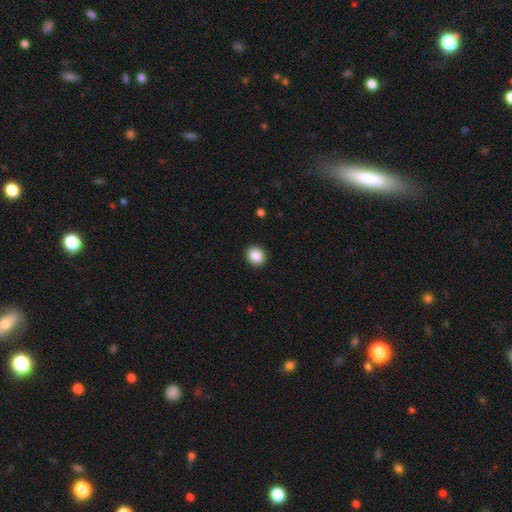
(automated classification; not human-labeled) Q: Smooth or featured?
A: smooth (88%); runner-up: star or artifact (8%)
Q: How rounded?
A: round (71%); runner-up: in between (28%)
Q: Merging?
A: none (92%); runner-up: minor disturbance (5%)